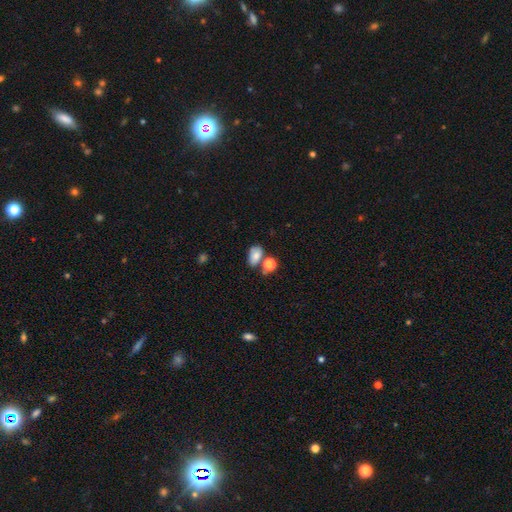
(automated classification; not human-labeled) Smooth or featured? Predicted: smooth (p=0.75). How rounded? Predicted: in between (p=0.83). Merging? Predicted: none (p=0.49).